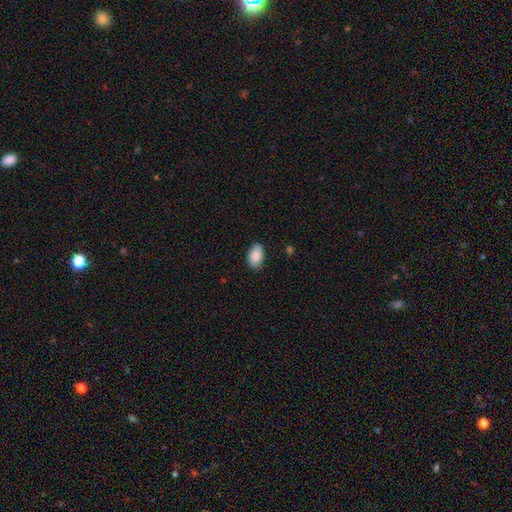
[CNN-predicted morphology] Smooth or featured?
  - smooth: 88% *
  - star or artifact: 7%
  - featured or disk: 5%
How rounded?
  - in between: 92% *
  - round: 6%
  - cigar-shaped: 2%
Merging?
  - none: 83% *
  - minor disturbance: 14%
  - major disturbance: 2%
  - merger: 1%